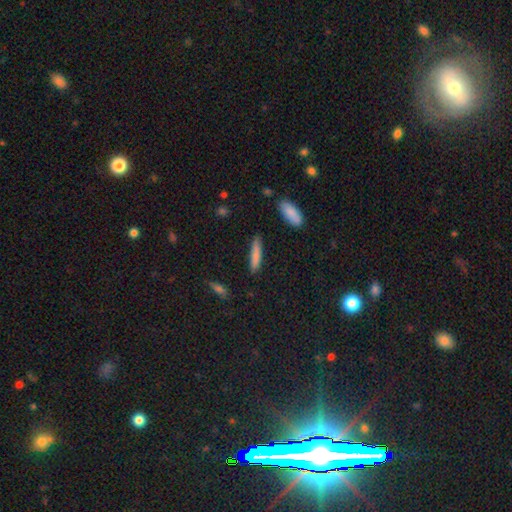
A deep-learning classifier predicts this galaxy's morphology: Smooth or featured? Predicted: smooth (p=0.80). How rounded? Predicted: cigar-shaped (p=0.85). Merging? Predicted: none (p=0.84).